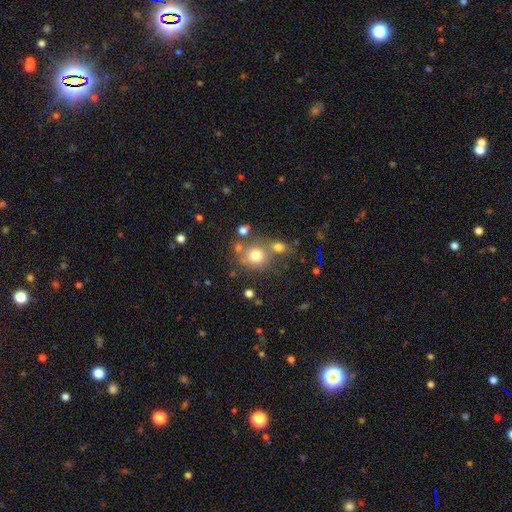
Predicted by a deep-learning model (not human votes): Smooth or featured? smooth (73%)
How rounded? round (84%)
Merging? none (56%)